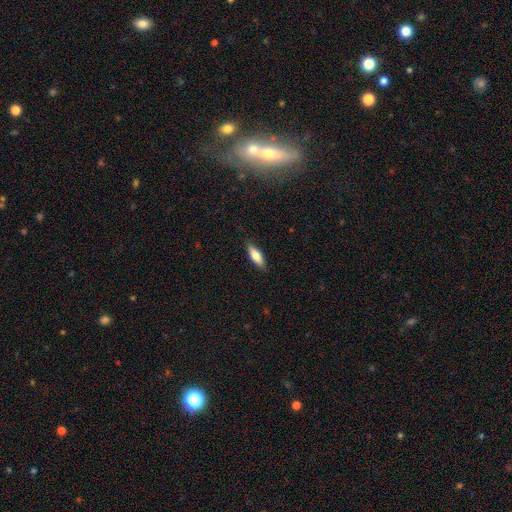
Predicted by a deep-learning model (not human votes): Morphology: type=smooth (75%); roundness=in between (53%); merging=none (86%).